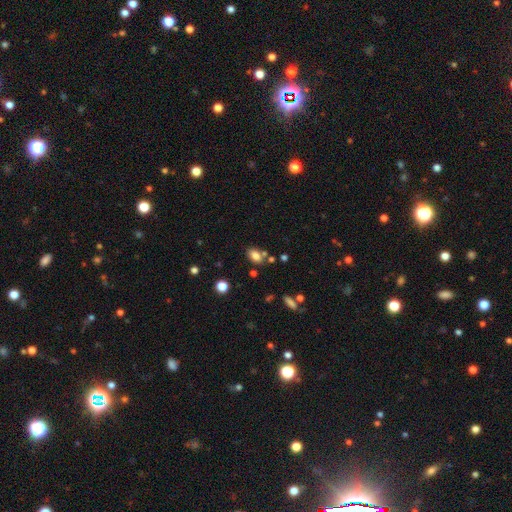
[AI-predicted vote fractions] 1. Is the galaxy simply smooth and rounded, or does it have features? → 81% smooth, 12% star or artifact, 8% featured or disk.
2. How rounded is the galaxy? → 84% in between, 15% round, 2% cigar-shaped.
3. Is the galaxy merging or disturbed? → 67% none, 15% merger, 14% minor disturbance, 4% major disturbance.